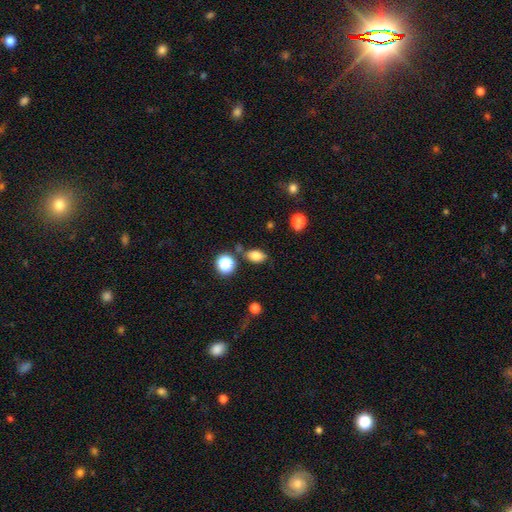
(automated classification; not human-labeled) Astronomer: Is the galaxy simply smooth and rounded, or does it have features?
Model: smooth — 80%.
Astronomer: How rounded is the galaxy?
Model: in between — 83%.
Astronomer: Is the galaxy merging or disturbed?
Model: none — 76%.